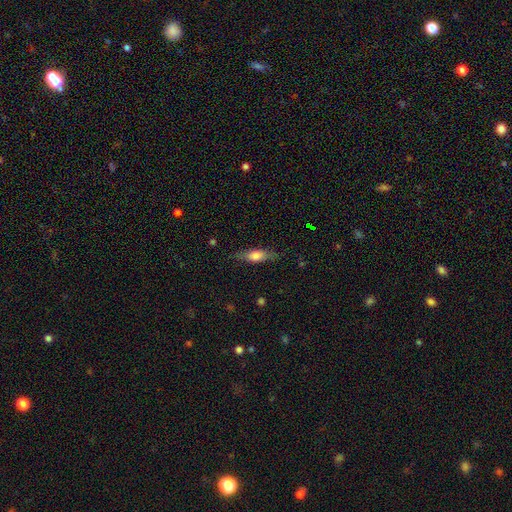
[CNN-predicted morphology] A smooth galaxy with no disk features (60%) that is in between round and cigar-shaped (52%).

Vote fractions:
- Smooth or featured? smooth: 60% / featured or disk: 33% / star or artifact: 7%
- How rounded? in between: 52% / cigar-shaped: 44% / round: 4%
- Merging? none: 78% / minor disturbance: 16% / major disturbance: 5% / merger: 1%